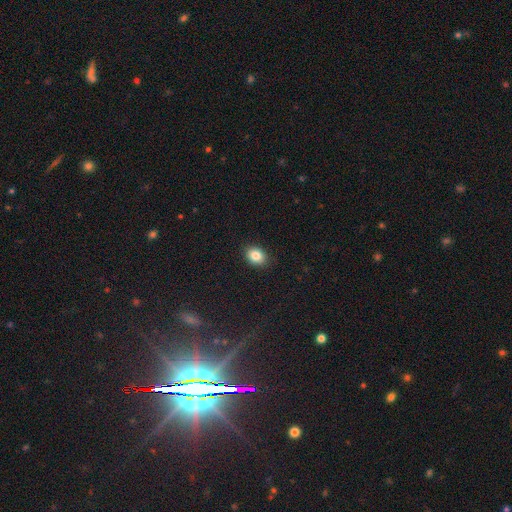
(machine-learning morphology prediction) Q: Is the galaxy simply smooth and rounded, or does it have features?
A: smooth — 84%.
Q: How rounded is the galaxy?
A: in between — 60%.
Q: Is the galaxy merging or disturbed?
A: none — 88%.